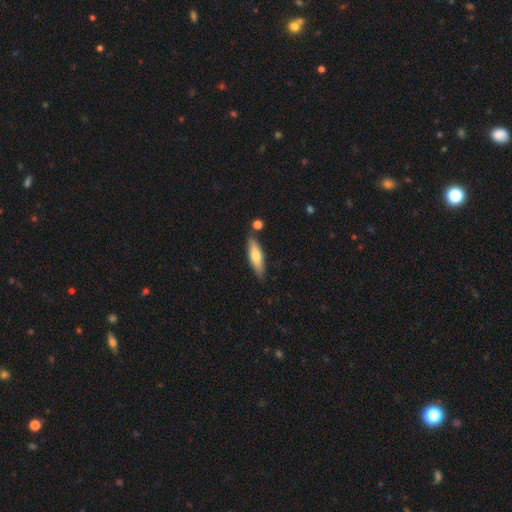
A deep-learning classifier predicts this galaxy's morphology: Smooth or featured? smooth (67%)
How rounded? cigar-shaped (64%)
Merging? none (80%)